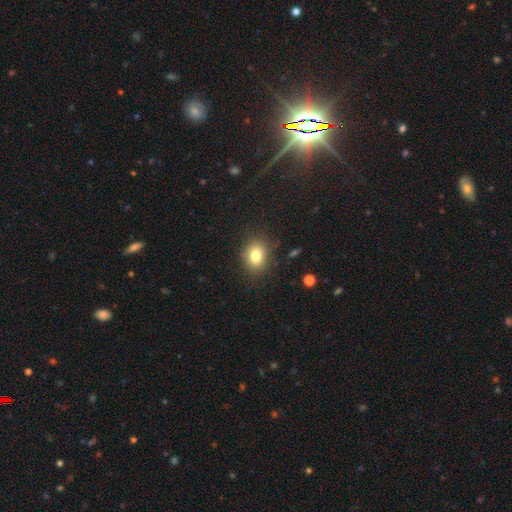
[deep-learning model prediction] Q: Smooth or featured?
A: smooth (80%); runner-up: star or artifact (12%)
Q: How rounded?
A: round (54%); runner-up: in between (45%)
Q: Merging?
A: none (85%); runner-up: minor disturbance (10%)